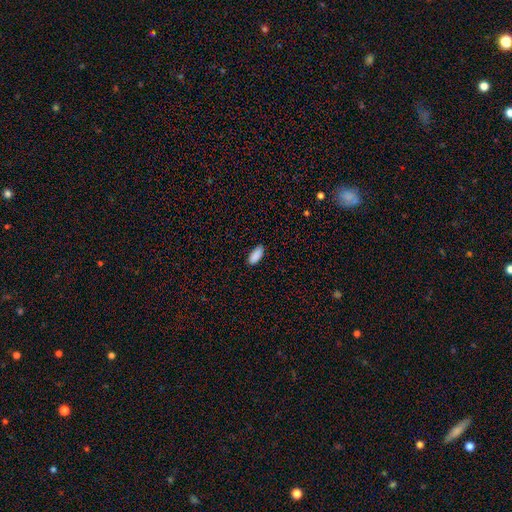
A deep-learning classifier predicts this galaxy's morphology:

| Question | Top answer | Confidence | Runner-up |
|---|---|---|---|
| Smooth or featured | smooth | 90% | star or artifact (7%) |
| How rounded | in between | 89% | cigar-shaped (9%) |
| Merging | none | 85% | minor disturbance (12%) |